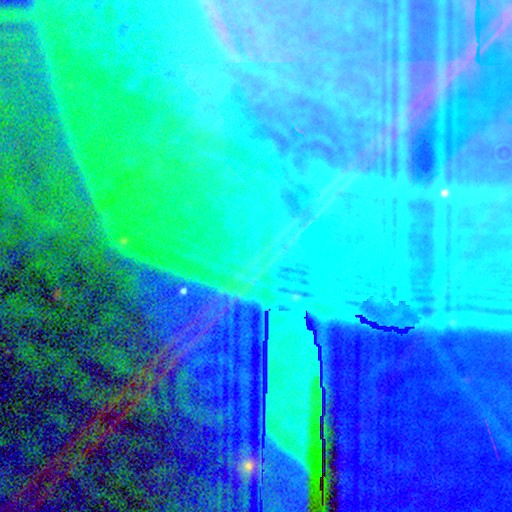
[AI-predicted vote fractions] Overall: star or artifact (84%).